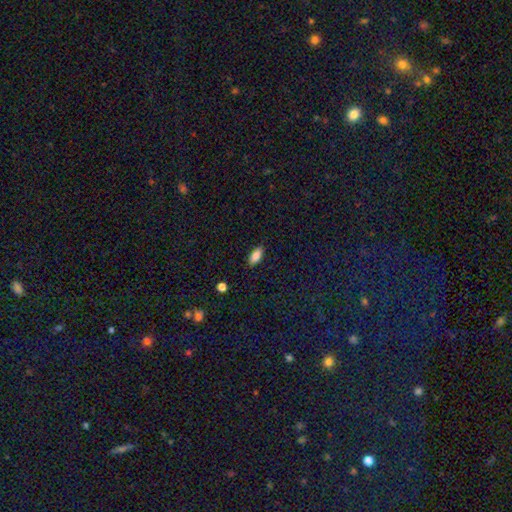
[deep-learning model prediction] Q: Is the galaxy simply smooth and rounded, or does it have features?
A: smooth — 84%.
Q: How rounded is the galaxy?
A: in between — 87%.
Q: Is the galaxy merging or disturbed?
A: none — 86%.